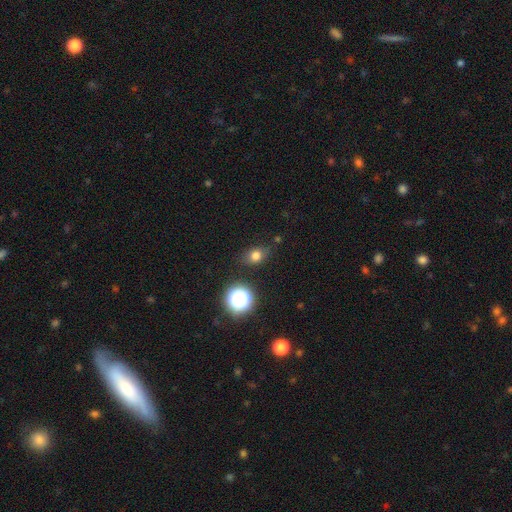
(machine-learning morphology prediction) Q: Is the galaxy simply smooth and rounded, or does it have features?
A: smooth — 75%.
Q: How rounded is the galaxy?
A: in between — 55%.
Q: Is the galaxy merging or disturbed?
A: none — 79%.